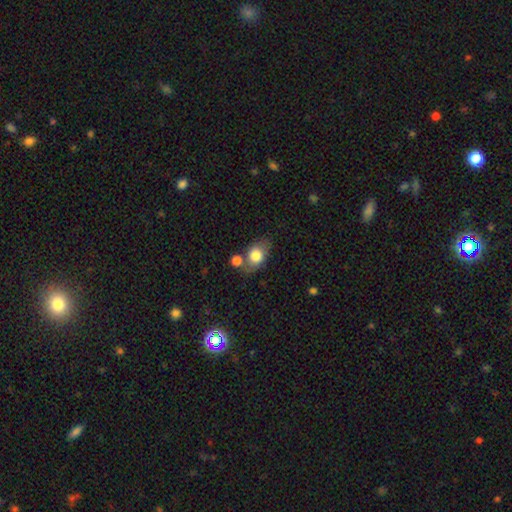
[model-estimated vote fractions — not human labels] A smooth galaxy with no disk features (76%) that is in between round and cigar-shaped (73%). Merging: none (60%).